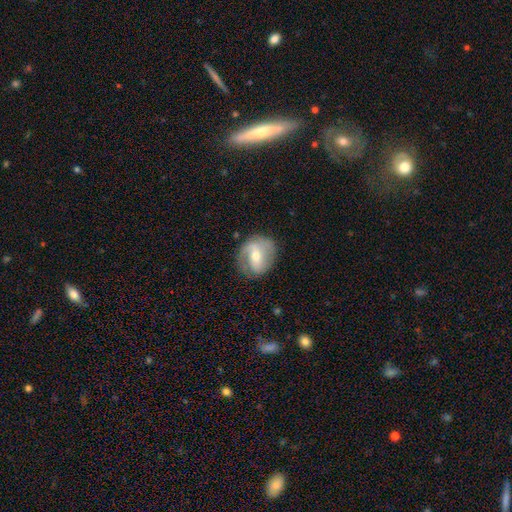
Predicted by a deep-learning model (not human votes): smooth_or_featured: featured or disk (p=0.65) [alt: smooth p=0.27]
disk_edge_on: no (p=0.94) [alt: yes p=0.06]
bar: strong (p=0.40) [alt: weak p=0.39]
has_spiral_arms: yes (p=0.71) [alt: no p=0.29]
bulge_size: moderate (p=0.58) [alt: small p=0.38]
merging: none (p=0.75) [alt: minor disturbance p=0.17]